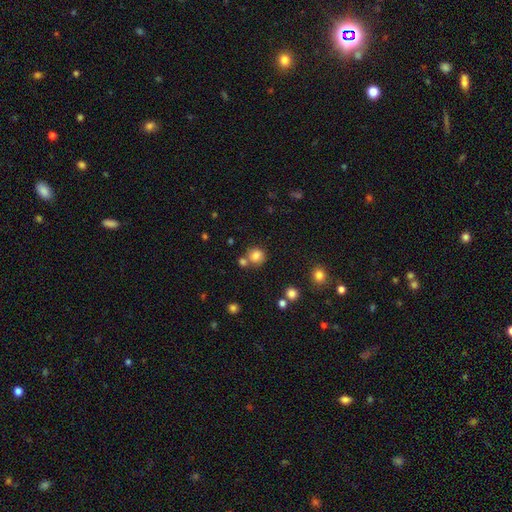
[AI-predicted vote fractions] Overall: smooth (81%). How rounded: round (87%). Merging: none (66%).